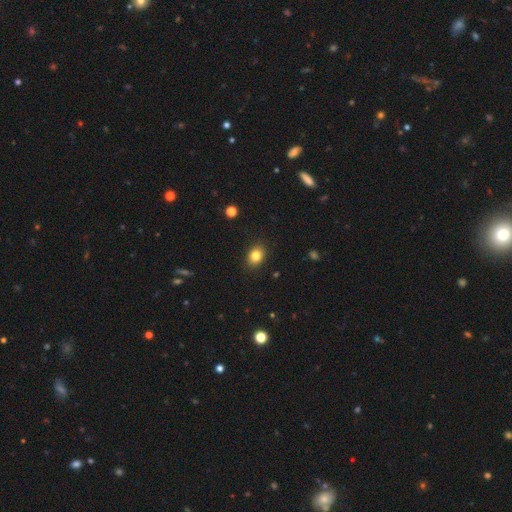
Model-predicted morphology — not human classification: Smooth or featured?
  - smooth: 83% *
  - star or artifact: 10%
  - featured or disk: 6%
How rounded?
  - in between: 60% *
  - round: 39%
  - cigar-shaped: 1%
Merging?
  - none: 89% *
  - minor disturbance: 8%
  - major disturbance: 2%
  - merger: 1%